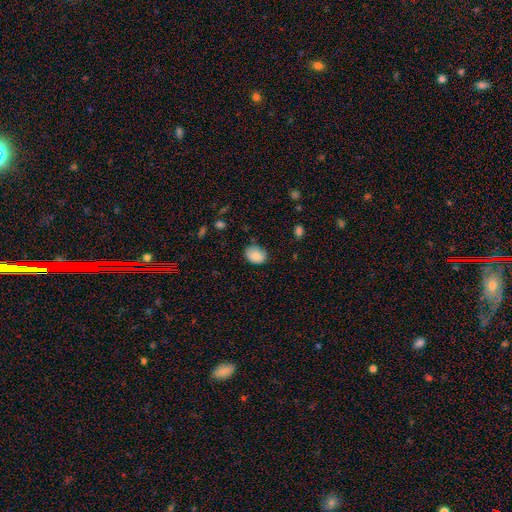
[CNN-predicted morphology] Smooth or featured: smooth — 86% (star or artifact — 8%)
How rounded: in between — 69% (round — 30%)
Merging: none — 78% (minor disturbance — 17%)